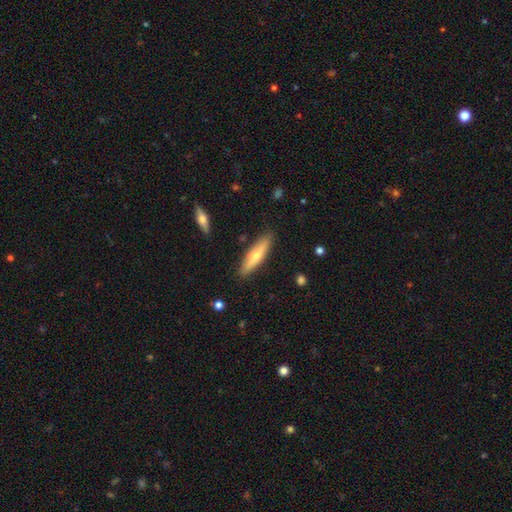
smooth_or_featured: featured or disk (p=0.50) [alt: smooth p=0.47]
disk_edge_on: yes (p=1.00)
edge_on_bulge: rounded (p=0.89) [alt: boxy p=0.06]
merging: none (p=0.94) [alt: minor disturbance p=0.06]